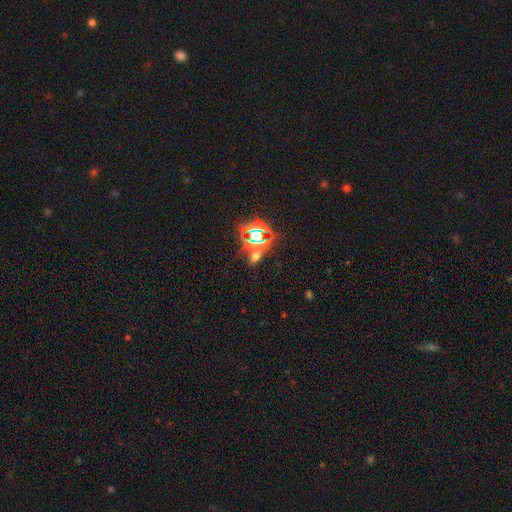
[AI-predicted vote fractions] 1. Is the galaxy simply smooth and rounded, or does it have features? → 55% star or artifact, 36% smooth, 9% featured or disk.